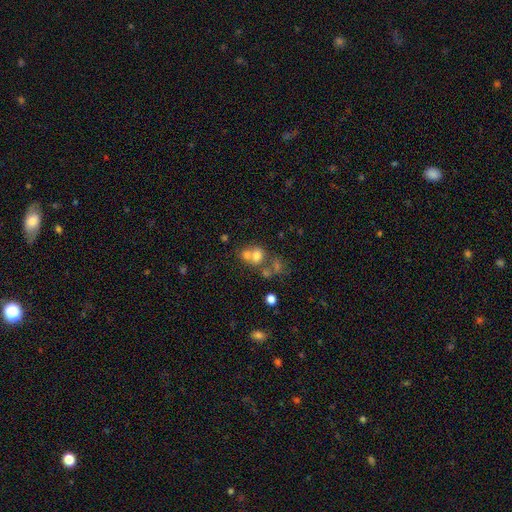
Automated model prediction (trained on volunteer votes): Smooth or featured?
  - smooth: 63% *
  - featured or disk: 21%
  - star or artifact: 16%
How rounded?
  - round: 69% *
  - in between: 30%
  - cigar-shaped: 1%
Merging?
  - merger: 53% *
  - none: 34%
  - minor disturbance: 7%
  - major disturbance: 6%